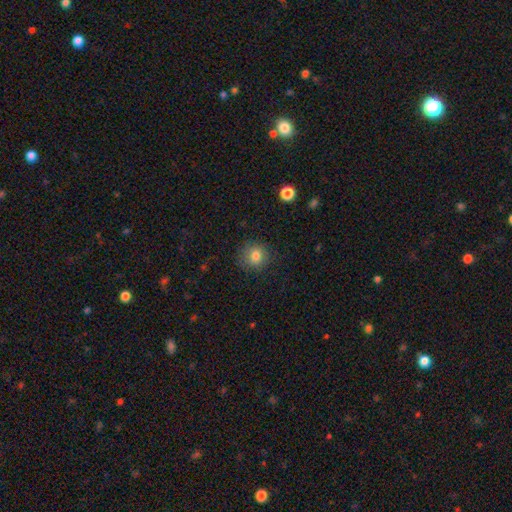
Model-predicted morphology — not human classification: Q: Smooth or featured?
A: smooth (81%); runner-up: star or artifact (11%)
Q: How rounded?
A: round (86%); runner-up: in between (13%)
Q: Merging?
A: none (84%); runner-up: minor disturbance (12%)